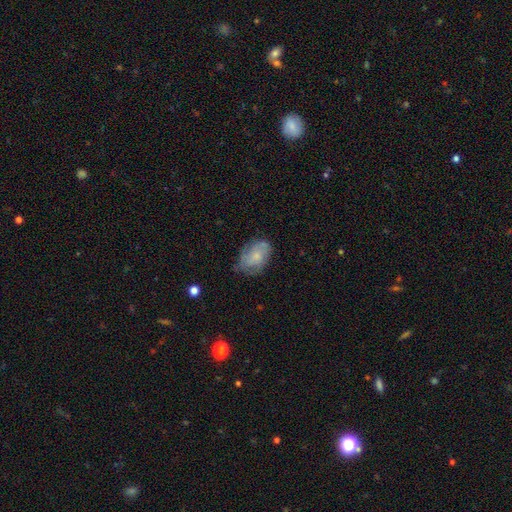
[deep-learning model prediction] This appears to be a smooth galaxy with no disk features (49%). Merging: none (60%).